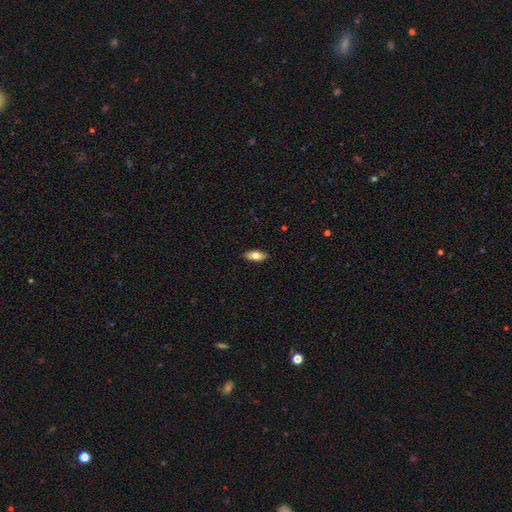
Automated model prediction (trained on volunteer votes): smooth_or_featured: smooth (p=0.73) [alt: featured or disk p=0.21]
how_rounded: in between (p=0.82) [alt: cigar-shaped p=0.15]
merging: none (p=0.89) [alt: minor disturbance p=0.08]